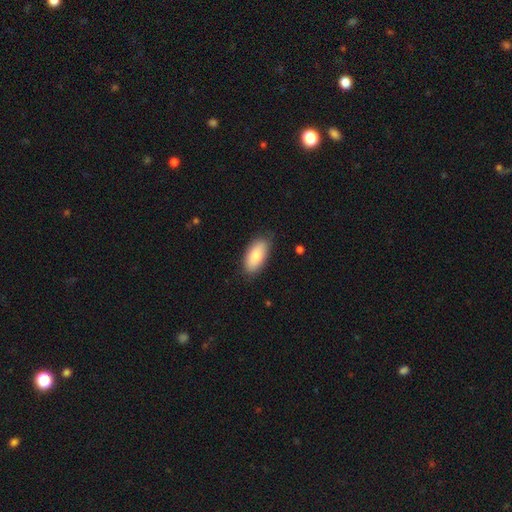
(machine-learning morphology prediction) smooth 81%, featured or disk 13%, star or artifact 6%. Down the decision tree: how rounded — in between (92%); merging — none (83%).